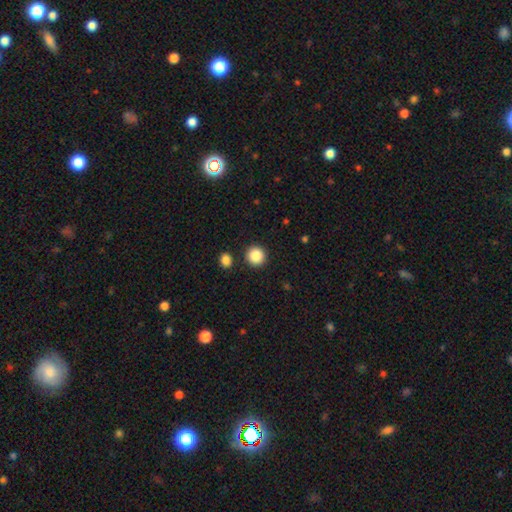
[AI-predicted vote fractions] A smooth galaxy with no disk features (88%) that is round (93%). Merging: none (90%).